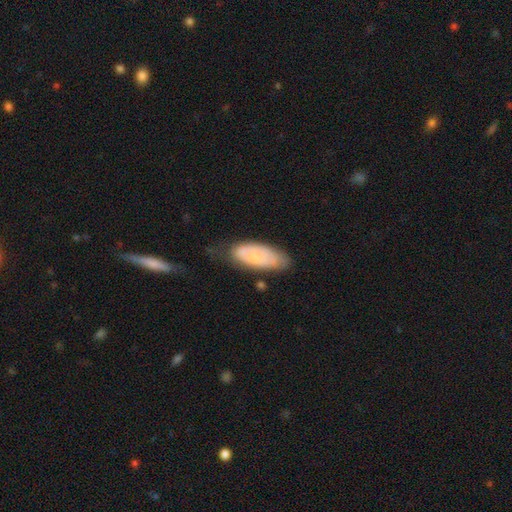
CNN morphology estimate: Smooth or featured? Predicted: smooth (p=0.60). How rounded? Predicted: in between (p=0.82). Merging? Predicted: none (p=0.59).